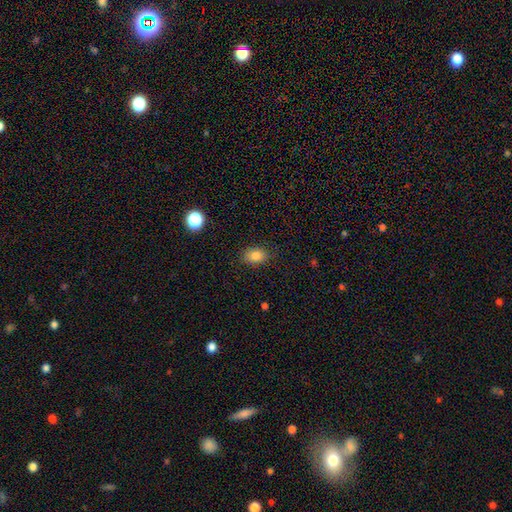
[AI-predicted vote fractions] Morphology: type=smooth (83%); roundness=in between (80%); merging=none (83%).